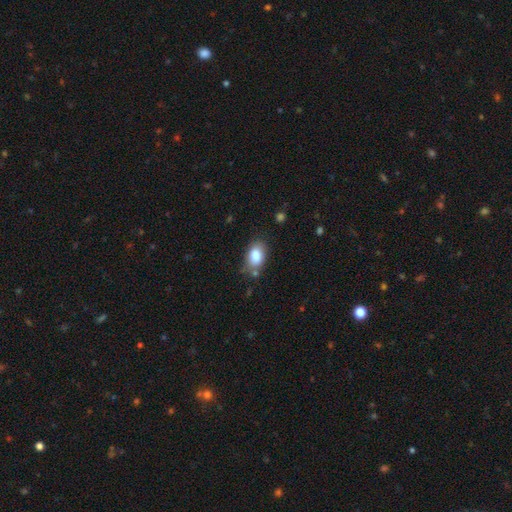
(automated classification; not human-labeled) Smooth or featured?
  - smooth: 85% *
  - star or artifact: 8%
  - featured or disk: 8%
How rounded?
  - in between: 88% *
  - round: 11%
  - cigar-shaped: 2%
Merging?
  - none: 71% *
  - minor disturbance: 19%
  - merger: 5%
  - major disturbance: 5%